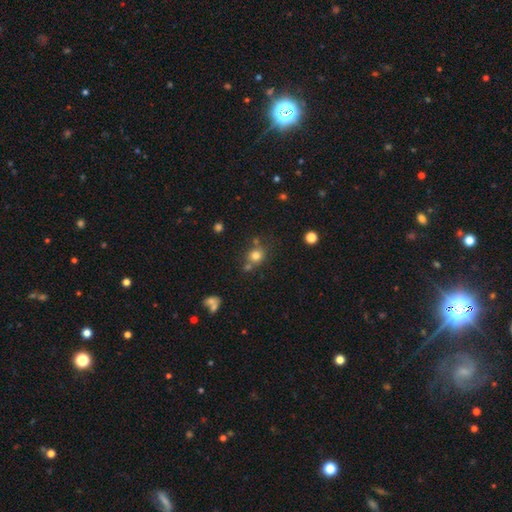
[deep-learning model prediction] A smooth galaxy with no disk features (78%) that is round (80%).

Vote fractions:
- Smooth or featured? smooth: 78% / star or artifact: 14% / featured or disk: 8%
- How rounded? round: 80% / in between: 19% / cigar-shaped: 1%
- Merging? none: 65% / merger: 18% / minor disturbance: 13% / major disturbance: 4%